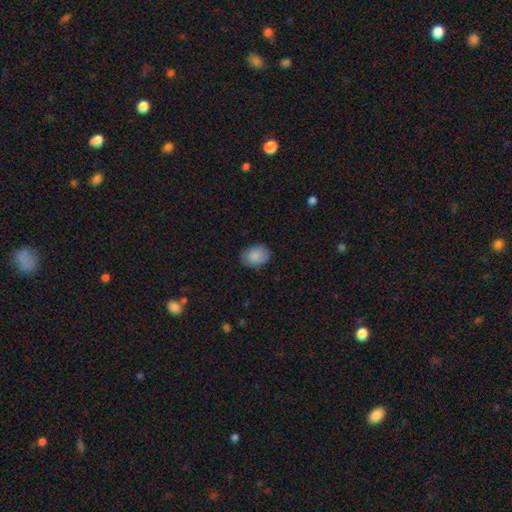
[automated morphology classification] Smooth or featured: smooth — 88% (star or artifact — 7%)
How rounded: in between — 65% (round — 34%)
Merging: none — 84% (minor disturbance — 13%)